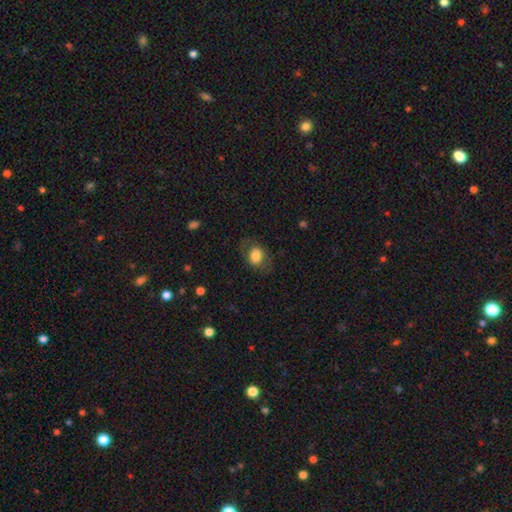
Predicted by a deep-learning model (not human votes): Morphology: type=smooth (78%); roundness=in between (56%); merging=none (72%).